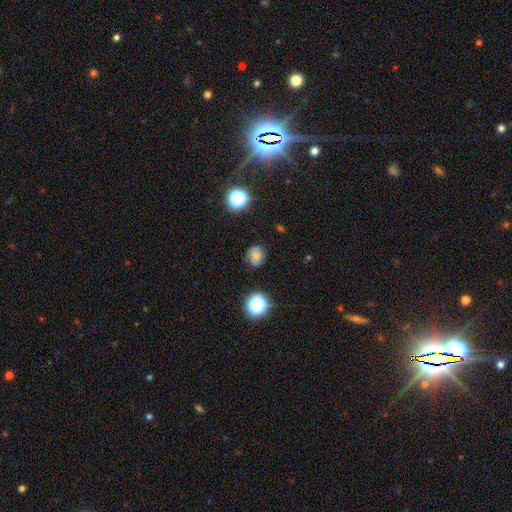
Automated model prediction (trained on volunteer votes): Overall: smooth (72%). How rounded: round (72%). Merging: none (78%).